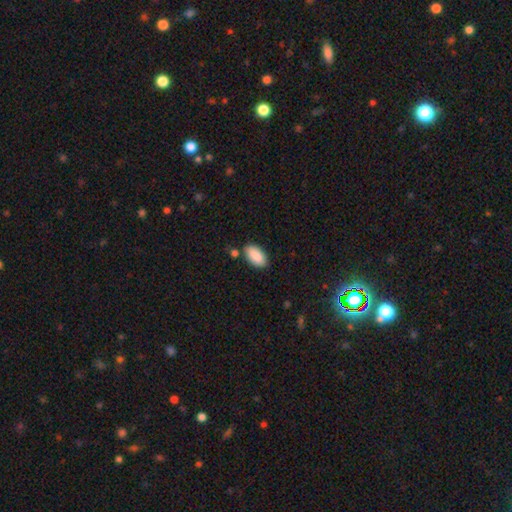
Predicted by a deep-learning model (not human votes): Smooth or featured?
  - smooth: 90% *
  - star or artifact: 6%
  - featured or disk: 4%
How rounded?
  - in between: 95% *
  - cigar-shaped: 3%
  - round: 3%
Merging?
  - none: 81% *
  - minor disturbance: 11%
  - merger: 5%
  - major disturbance: 3%